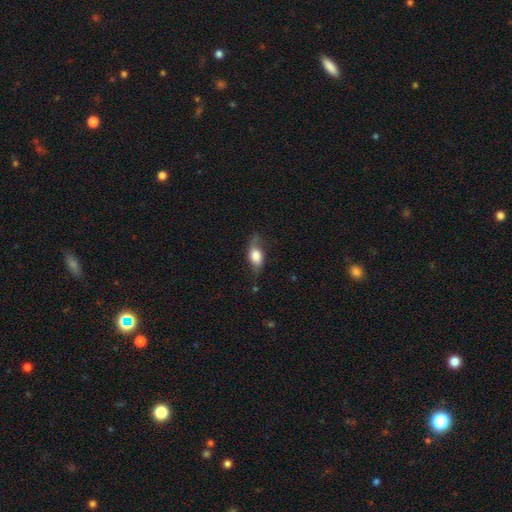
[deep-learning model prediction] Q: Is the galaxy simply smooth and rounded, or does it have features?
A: smooth — 56%.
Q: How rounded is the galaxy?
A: in between — 78%.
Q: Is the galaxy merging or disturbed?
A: none — 55%.